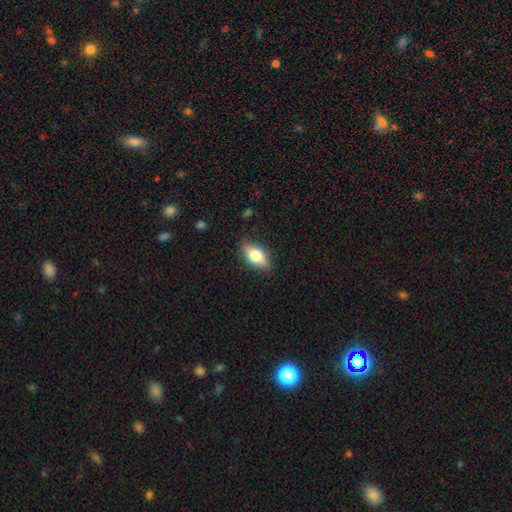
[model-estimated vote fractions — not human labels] smooth 69%, featured or disk 24%, star or artifact 7%. Down the decision tree: how rounded — in between (85%); merging — none (83%).